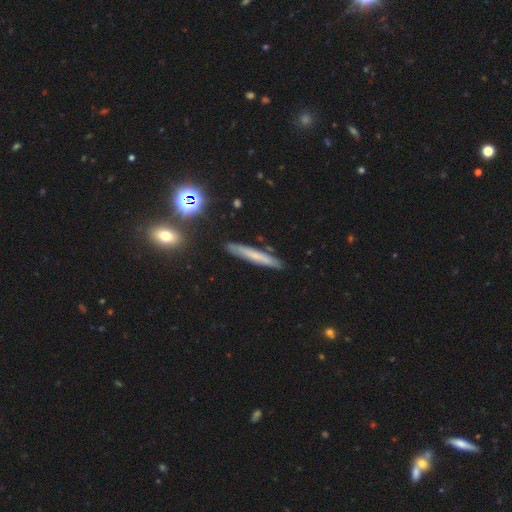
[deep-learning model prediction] Smooth or featured?
  - smooth: 58% *
  - featured or disk: 31%
  - star or artifact: 11%
How rounded?
  - cigar-shaped: 94% *
  - in between: 4%
  - round: 2%
Merging?
  - none: 88% *
  - minor disturbance: 9%
  - major disturbance: 2%
  - merger: 2%